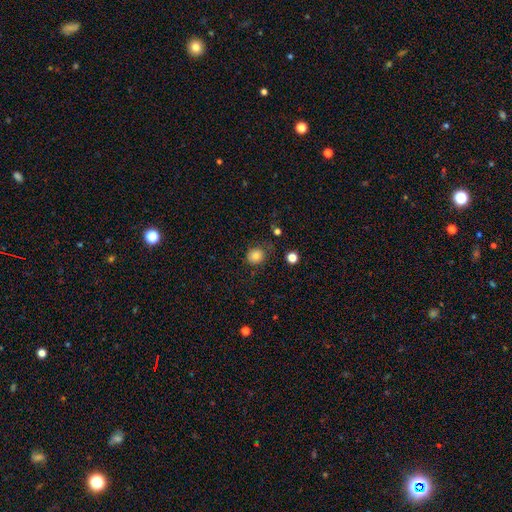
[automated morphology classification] smooth_or_featured: smooth (p=0.81) [alt: star or artifact p=0.12]
how_rounded: round (p=0.80) [alt: in between p=0.19]
merging: none (p=0.76) [alt: minor disturbance p=0.16]